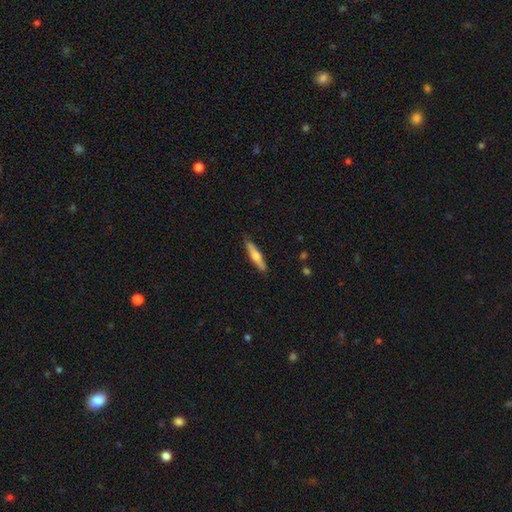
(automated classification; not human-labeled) Smooth or featured: smooth — 56% (featured or disk — 38%)
How rounded: cigar-shaped — 85% (in between — 13%)
Merging: none — 87% (minor disturbance — 10%)